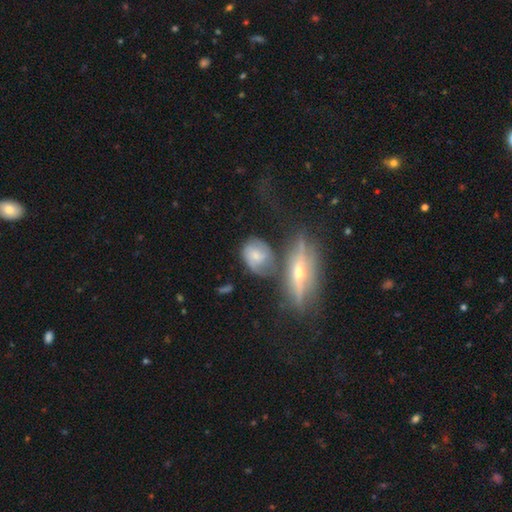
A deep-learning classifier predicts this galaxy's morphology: A featured or disk galaxy (51%). Merging: none (44%).